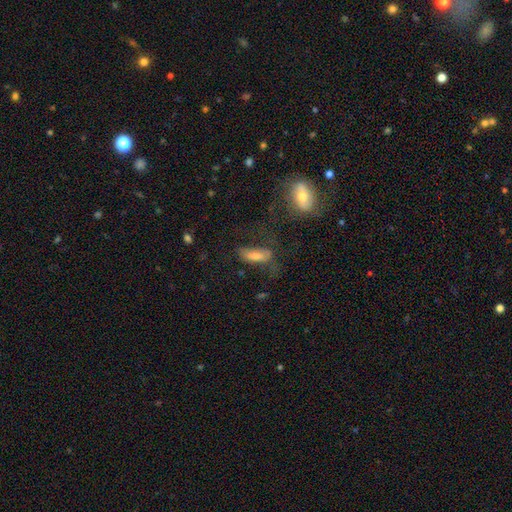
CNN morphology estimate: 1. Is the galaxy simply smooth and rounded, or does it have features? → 53% smooth, 32% featured or disk, 15% star or artifact.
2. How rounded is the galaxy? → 58% in between, 38% cigar-shaped, 4% round.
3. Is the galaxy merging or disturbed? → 50% none, 21% major disturbance, 21% minor disturbance, 8% merger.